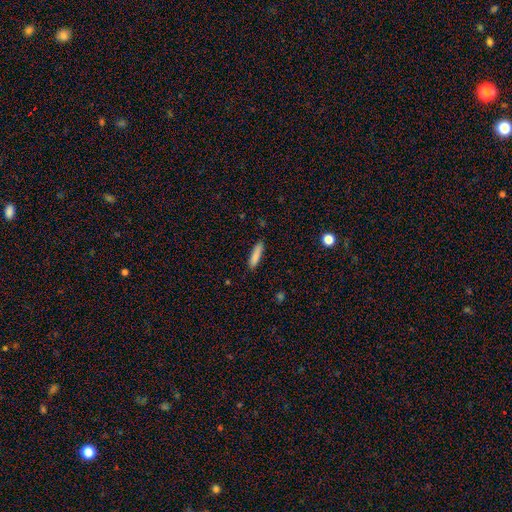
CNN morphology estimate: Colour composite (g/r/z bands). It shows a smooth galaxy with no disk features (86%) that is cigar-shaped (81%). Merging: none (87%).